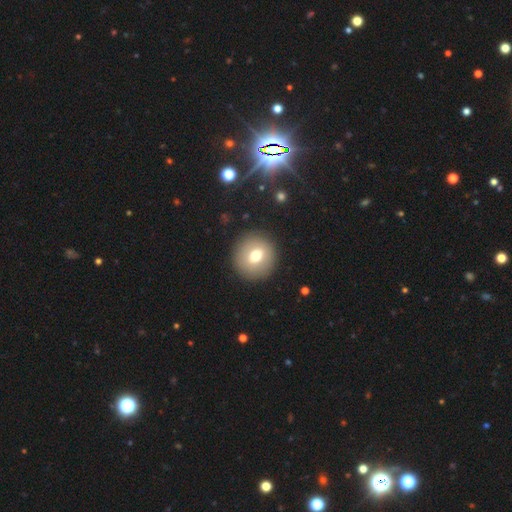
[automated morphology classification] Smooth or featured: smooth — 68% (featured or disk — 22%)
How rounded: round — 91% (in between — 8%)
Merging: none — 90% (minor disturbance — 6%)